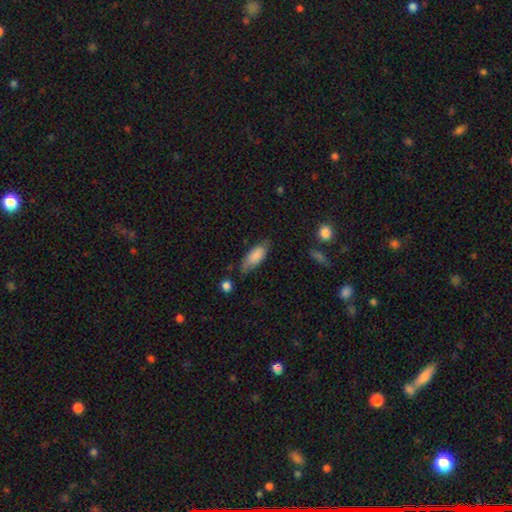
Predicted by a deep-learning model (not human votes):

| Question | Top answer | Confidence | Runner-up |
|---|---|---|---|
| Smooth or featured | smooth | 82% | featured or disk (12%) |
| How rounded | in between | 80% | cigar-shaped (18%) |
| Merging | none | 60% | minor disturbance (30%) |